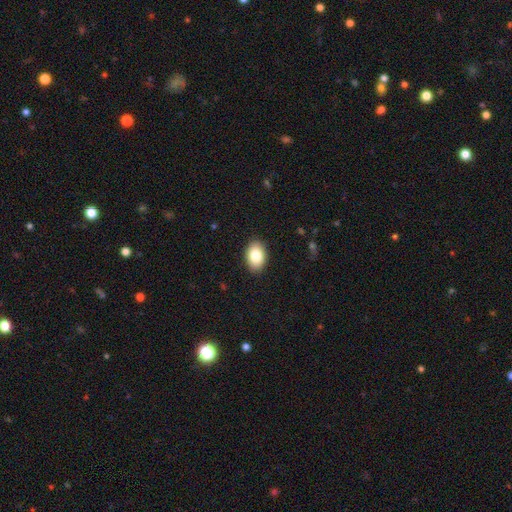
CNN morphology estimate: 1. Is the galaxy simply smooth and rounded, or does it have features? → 84% smooth, 9% featured or disk, 7% star or artifact.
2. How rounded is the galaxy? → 88% in between, 11% round, 1% cigar-shaped.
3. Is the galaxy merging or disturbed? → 89% none, 8% minor disturbance, 2% major disturbance, 1% merger.